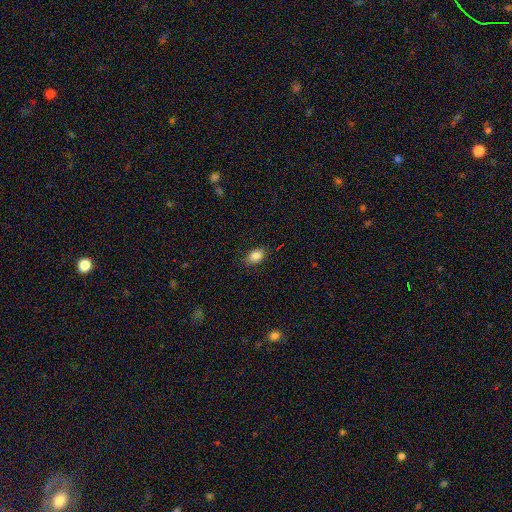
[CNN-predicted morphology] A smooth galaxy with no disk features (86%) that is in between round and cigar-shaped (82%). Merging: none (85%).